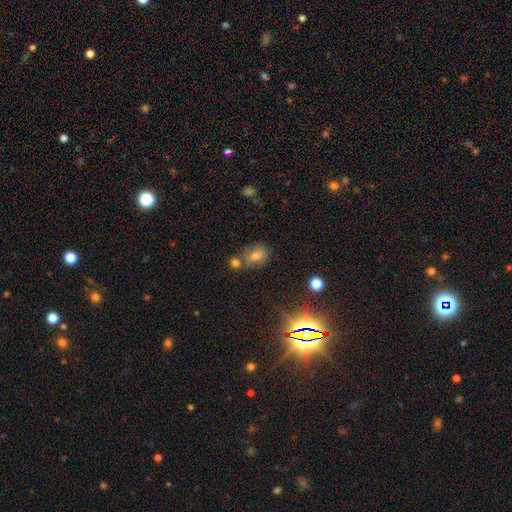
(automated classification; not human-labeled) Smooth or featured?
  - smooth: 57% *
  - star or artifact: 27%
  - featured or disk: 16%
How rounded?
  - in between: 52% *
  - round: 46%
  - cigar-shaped: 2%
Merging?
  - none: 60% *
  - merger: 22%
  - minor disturbance: 13%
  - major disturbance: 5%